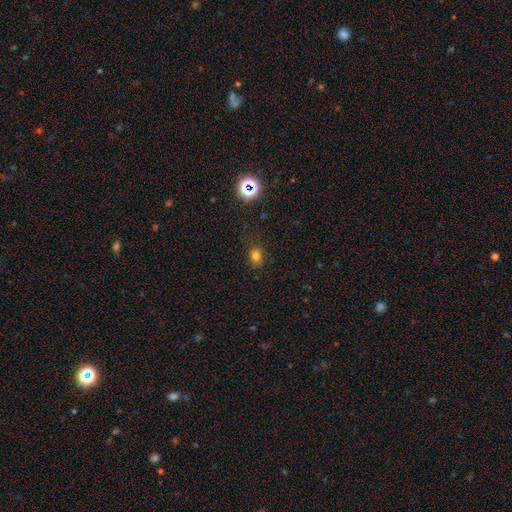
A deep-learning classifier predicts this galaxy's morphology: This appears to be a smooth galaxy with no disk features (74%) that is round (50%). Merging: none (80%).